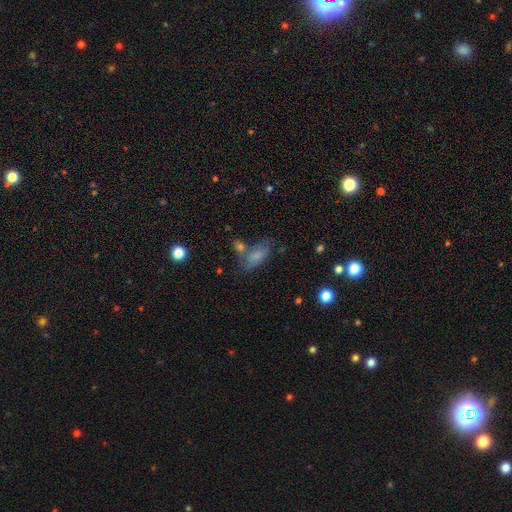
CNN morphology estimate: Overall: smooth (73%). How rounded: in between (83%). Merging: none (49%; merger 21%).